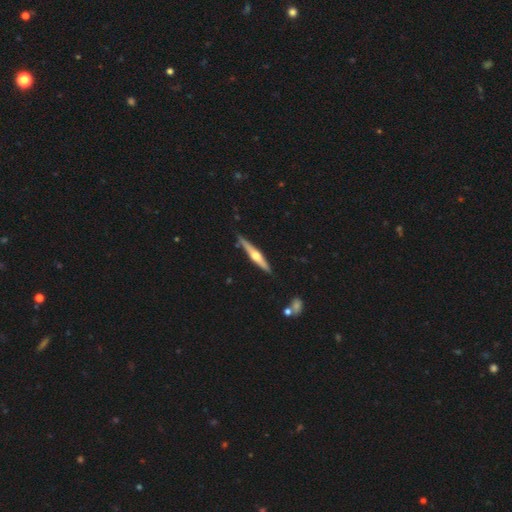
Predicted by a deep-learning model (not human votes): The model was most divided on "smooth or featured": featured or disk: 69%, smooth: 26%, star or artifact: 5%. More confident: edge-on disk — yes (97%); edge-on bulge — rounded (92%); merging — none (86%).